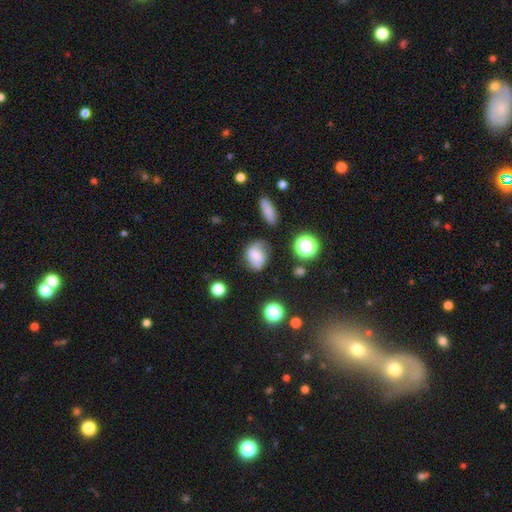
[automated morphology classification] Q: Smooth or featured?
A: smooth (54%); runner-up: featured or disk (33%)
Q: How rounded?
A: in between (61%); runner-up: round (37%)
Q: Merging?
A: none (58%); runner-up: minor disturbance (26%)